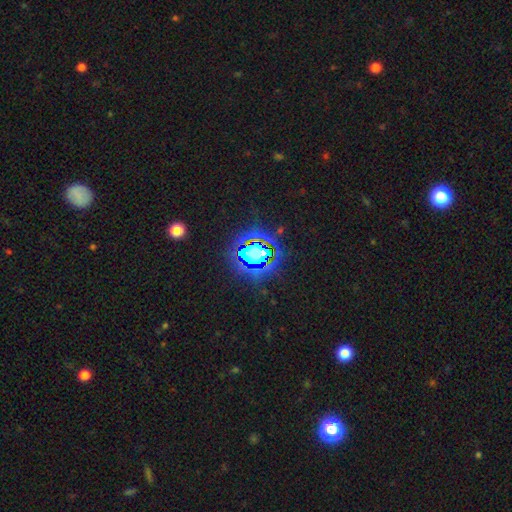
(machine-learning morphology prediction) A star or artifact, not a galaxy (82%).

Vote fractions:
- Smooth or featured? star or artifact: 82% / smooth: 11% / featured or disk: 7%